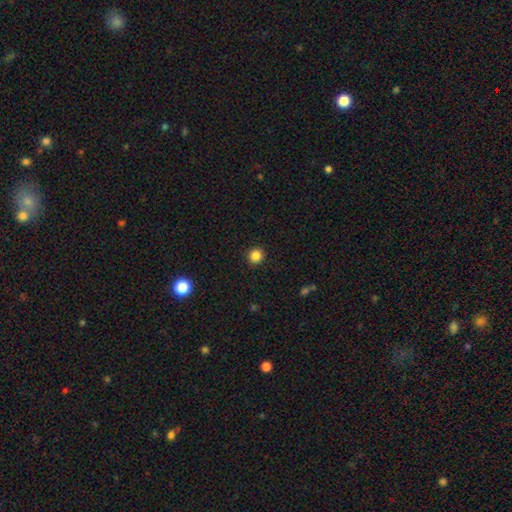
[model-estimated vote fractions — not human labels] A smooth galaxy with no disk features (84%) that is round (94%). Merging: none (92%).